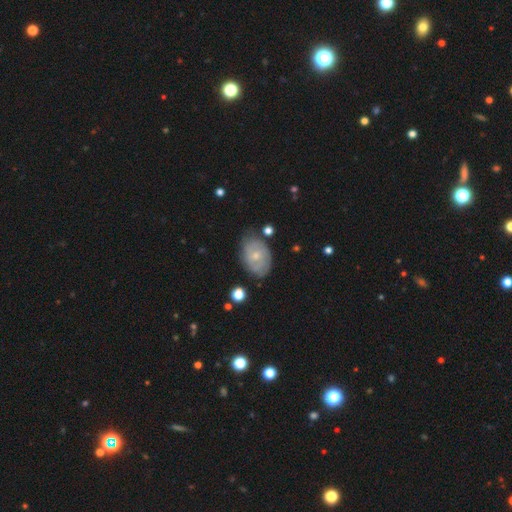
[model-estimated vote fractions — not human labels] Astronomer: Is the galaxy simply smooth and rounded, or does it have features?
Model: featured or disk — 53% (runner-up: smooth, 40%).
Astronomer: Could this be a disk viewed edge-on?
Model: no — 95%.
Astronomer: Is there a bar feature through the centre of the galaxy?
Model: no — 61%.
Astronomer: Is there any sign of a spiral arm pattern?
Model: yes — 70%.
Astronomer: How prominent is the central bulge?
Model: small — 66%.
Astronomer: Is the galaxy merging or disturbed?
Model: none — 69%.